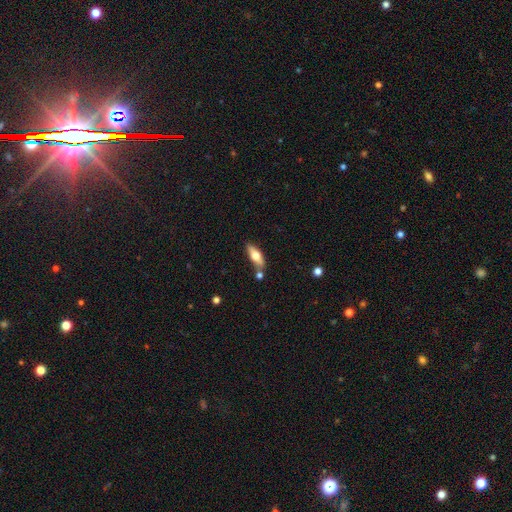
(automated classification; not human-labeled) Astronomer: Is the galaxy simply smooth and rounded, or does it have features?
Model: smooth — 54% (runner-up: featured or disk, 40%).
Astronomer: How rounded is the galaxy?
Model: in between — 55% (runner-up: cigar-shaped, 42%).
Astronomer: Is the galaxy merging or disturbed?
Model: none — 72%.